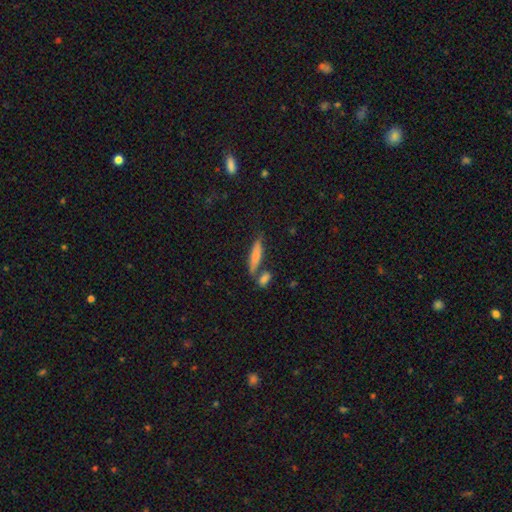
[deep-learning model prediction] smooth_or_featured: smooth (p=0.75) [alt: featured or disk p=0.19]
how_rounded: cigar-shaped (p=0.75) [alt: in between p=0.22]
merging: none (p=0.61) [alt: merger p=0.21]